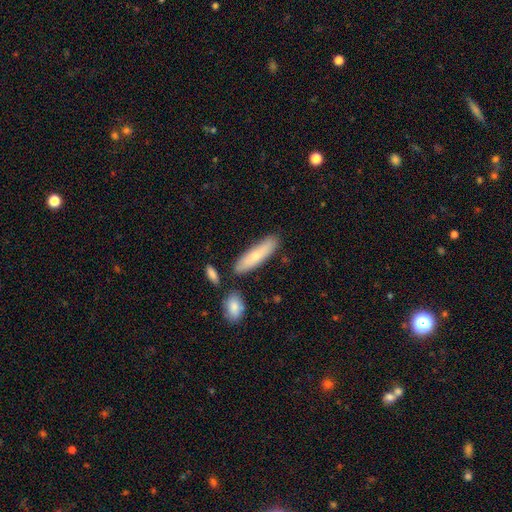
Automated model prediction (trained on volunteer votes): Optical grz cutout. It shows a smooth galaxy with no disk features (70%) that is cigar-shaped (69%). Merging: none (76%).